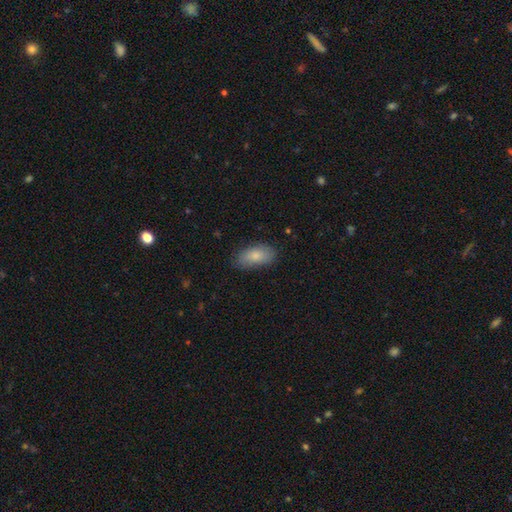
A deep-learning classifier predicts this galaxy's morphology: This appears to be a smooth galaxy with no disk features (82%) that is in between round and cigar-shaped (92%). Merging: none (79%).